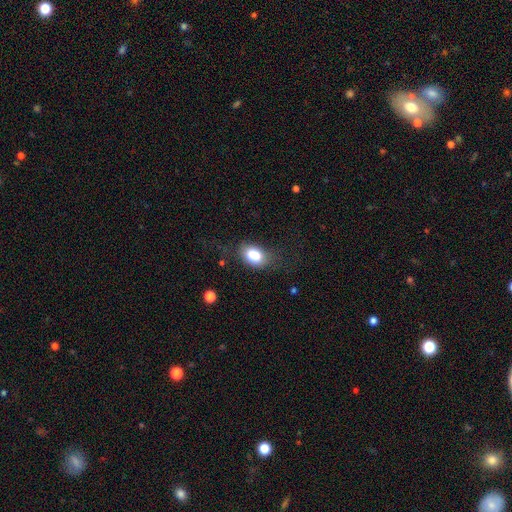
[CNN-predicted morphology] smooth 81%, featured or disk 10%, star or artifact 9%. Down the decision tree: how rounded — in between (81%); merging — none (59%).